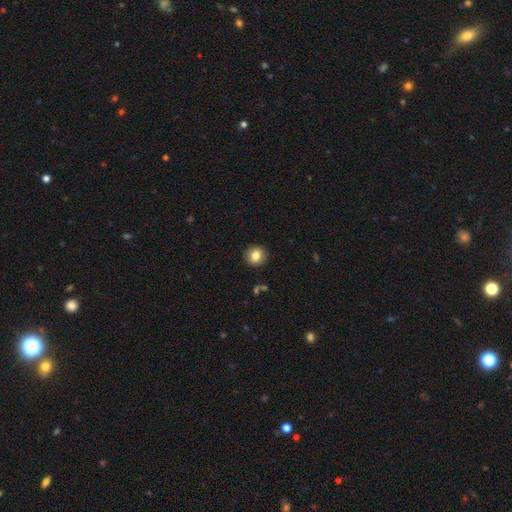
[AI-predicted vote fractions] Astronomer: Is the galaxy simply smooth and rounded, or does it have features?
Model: smooth — 83%.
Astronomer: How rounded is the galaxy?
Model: round — 91%.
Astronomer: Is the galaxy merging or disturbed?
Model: none — 91%.